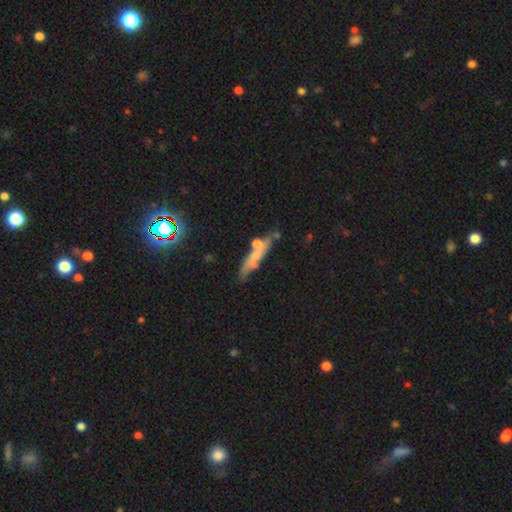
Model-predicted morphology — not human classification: smooth-or-featured: smooth: 44% | featured or disk: 42% | star or artifact: 14%
  merging: none: 54% | minor disturbance: 20% | merger: 16% | major disturbance: 9%